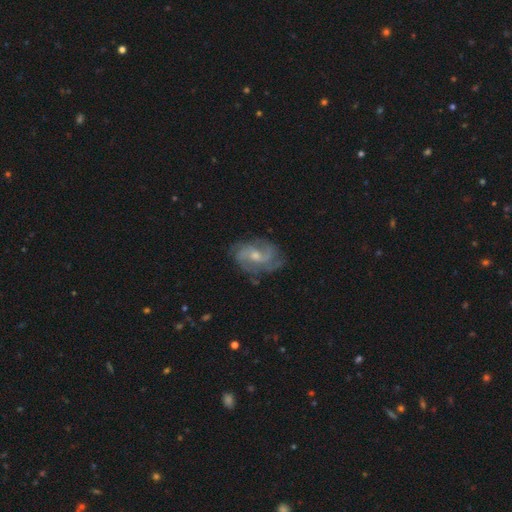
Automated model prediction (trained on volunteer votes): featured or disk 81%, smooth 12%, star or artifact 7%. Down the decision tree: edge-on disk — no (97%); bar — no (55%); spiral arms — yes (92%); spiral arm count — 2 (30%); spiral winding — medium (46%); bulge size — moderate (58%); merging — none (70%).